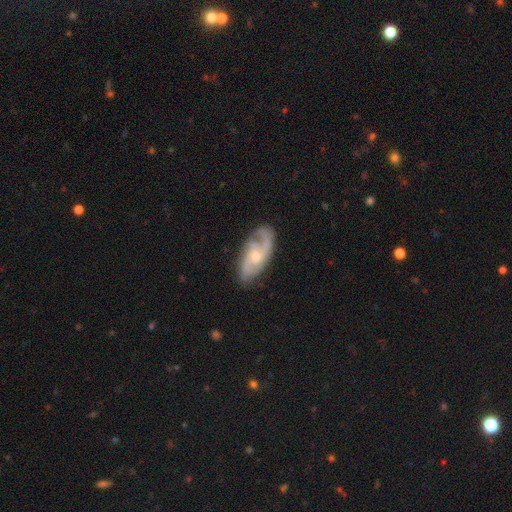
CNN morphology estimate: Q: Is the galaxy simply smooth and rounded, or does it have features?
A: featured or disk — 83%.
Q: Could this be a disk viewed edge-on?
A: no — 95%.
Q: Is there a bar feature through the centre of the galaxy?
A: no — 59%.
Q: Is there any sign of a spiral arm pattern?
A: yes — 96%.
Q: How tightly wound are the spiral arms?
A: medium — 51%.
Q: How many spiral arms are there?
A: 2 — 70%.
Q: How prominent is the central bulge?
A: small — 54%.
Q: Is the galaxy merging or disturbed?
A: none — 71%.